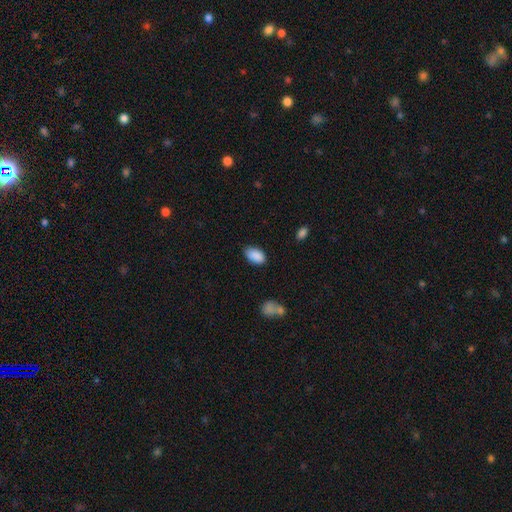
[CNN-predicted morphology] A smooth galaxy with no disk features (89%) that is in between round and cigar-shaped (93%).

Vote fractions:
- Smooth or featured? smooth: 89% / star or artifact: 7% / featured or disk: 4%
- How rounded? in between: 93% / round: 5% / cigar-shaped: 2%
- Merging? none: 78% / minor disturbance: 17% / major disturbance: 3% / merger: 2%